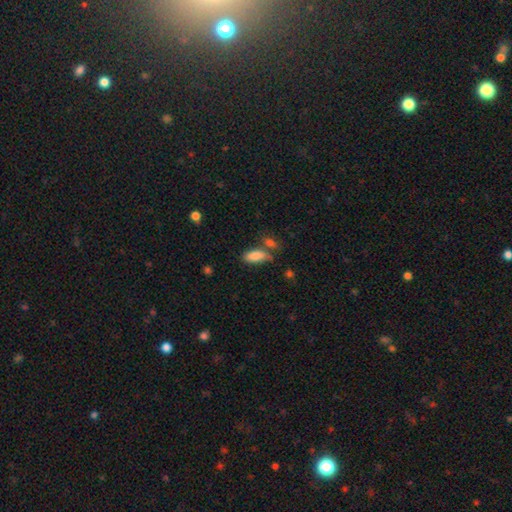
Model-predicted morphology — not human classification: Smooth or featured?
  - smooth: 84% *
  - featured or disk: 9%
  - star or artifact: 8%
How rounded?
  - in between: 79% *
  - cigar-shaped: 18%
  - round: 2%
Merging?
  - none: 55% *
  - minor disturbance: 20%
  - merger: 19%
  - major disturbance: 6%